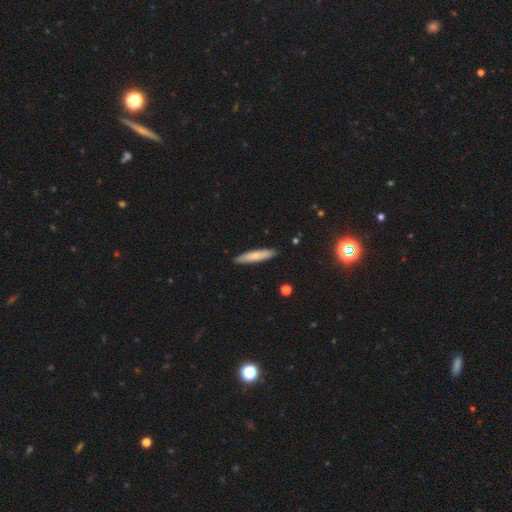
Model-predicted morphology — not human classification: Smooth or featured? Predicted: smooth (p=0.74). How rounded? Predicted: cigar-shaped (p=0.86). Merging? Predicted: none (p=0.90).